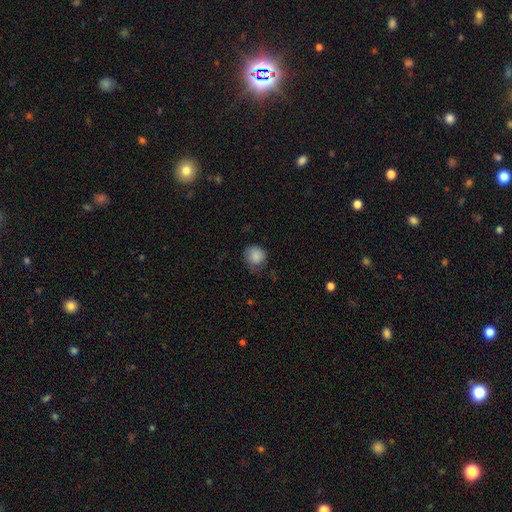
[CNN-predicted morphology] This is clearly a smooth galaxy (85%). How rounded: clearly round (82%). Merging: likely none (64%).